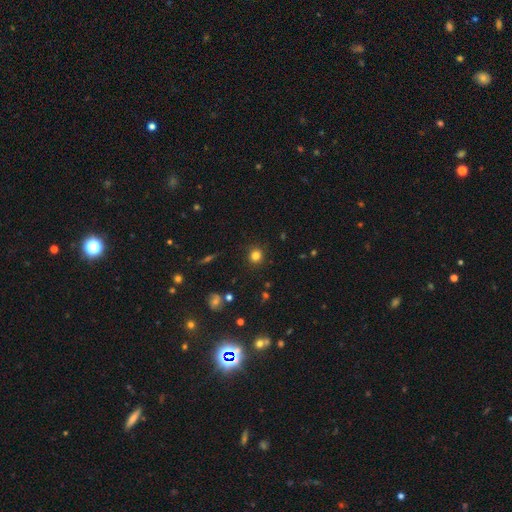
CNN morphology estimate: smooth-or-featured: smooth: 80% | star or artifact: 14% | featured or disk: 6%
  how-rounded: round: 92% | in between: 7% | cigar-shaped: 1%
  merging: none: 89% | minor disturbance: 7% | major disturbance: 2% | merger: 1%